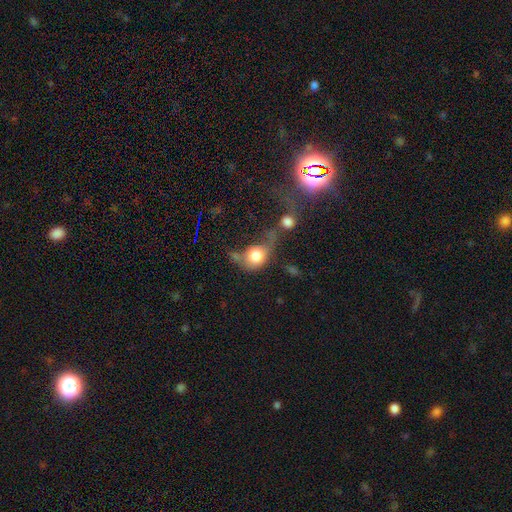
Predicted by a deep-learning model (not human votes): Smooth or featured?
  - smooth: 74% *
  - featured or disk: 17%
  - star or artifact: 9%
How rounded?
  - round: 60% *
  - in between: 38%
  - cigar-shaped: 2%
Merging?
  - merger: 39% *
  - major disturbance: 27%
  - none: 20%
  - minor disturbance: 14%